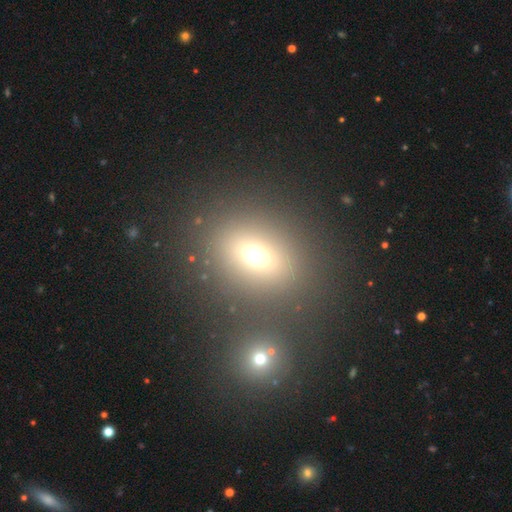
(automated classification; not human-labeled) A smooth galaxy with no disk features (67%) that is in between round and cigar-shaped (50%).

Vote fractions:
- Smooth or featured? smooth: 67% / star or artifact: 19% / featured or disk: 14%
- How rounded? in between: 50% / round: 48% / cigar-shaped: 2%
- Merging? none: 73% / merger: 14% / minor disturbance: 8% / major disturbance: 5%